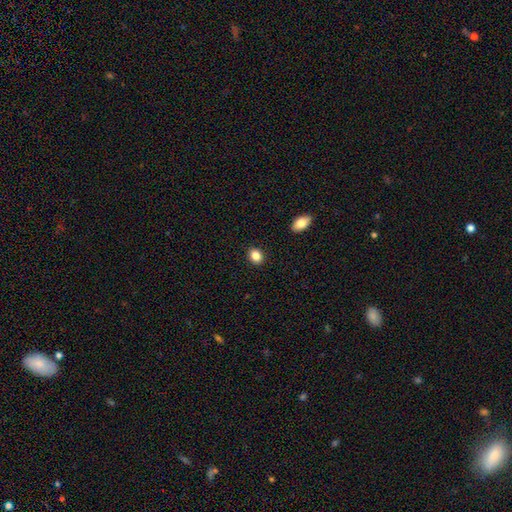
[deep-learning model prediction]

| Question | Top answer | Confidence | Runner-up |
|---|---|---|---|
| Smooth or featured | smooth | 86% | star or artifact (9%) |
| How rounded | in between | 53% | round (46%) |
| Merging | none | 91% | minor disturbance (6%) |